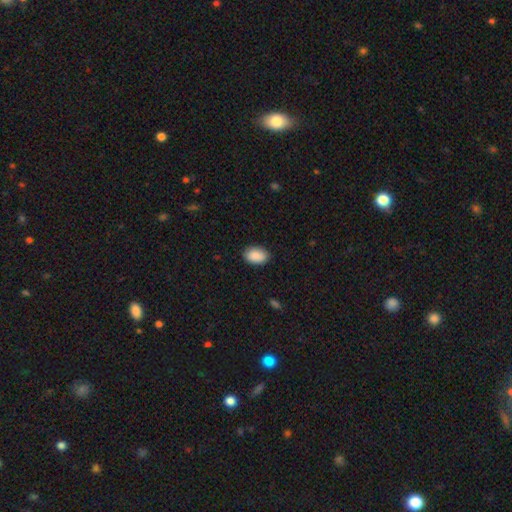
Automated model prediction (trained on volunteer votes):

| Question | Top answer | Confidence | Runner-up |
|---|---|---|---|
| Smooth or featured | smooth | 90% | star or artifact (6%) |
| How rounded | in between | 88% | round (11%) |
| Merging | none | 87% | minor disturbance (10%) |